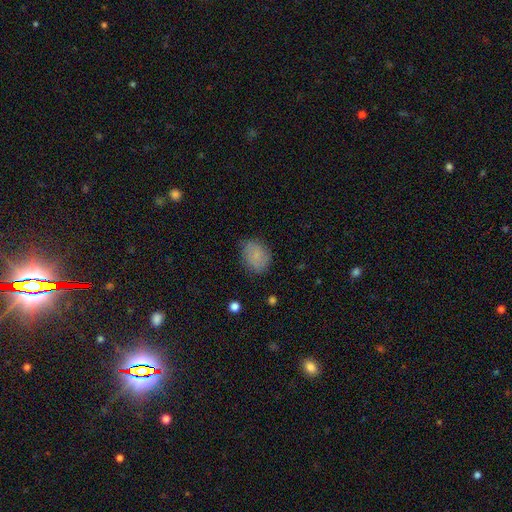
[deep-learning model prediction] Smooth or featured? Predicted: smooth (p=0.79). How rounded? Predicted: in between (p=0.67). Merging? Predicted: none (p=0.76).